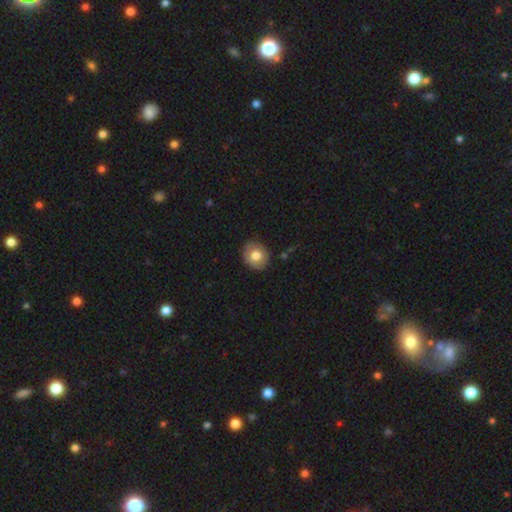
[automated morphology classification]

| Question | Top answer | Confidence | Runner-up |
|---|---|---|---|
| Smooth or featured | smooth | 73% | featured or disk (20%) |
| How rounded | round | 70% | in between (29%) |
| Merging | none | 86% | minor disturbance (10%) |